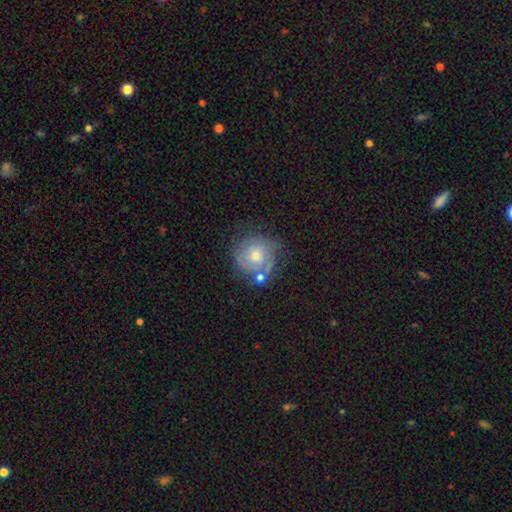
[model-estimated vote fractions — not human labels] The model was most divided on "smooth or featured": featured or disk: 54%, smooth: 37%, star or artifact: 9%. More confident: edge-on disk — no (97%); bar — no (81%); spiral arms — yes (74%); bulge size — moderate (65%); merging — none (58%).